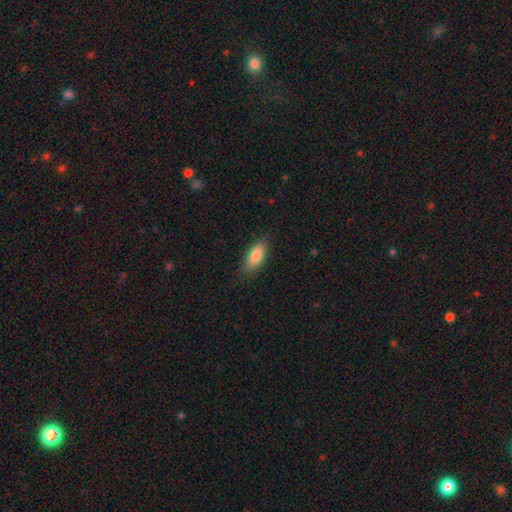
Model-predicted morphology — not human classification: A smooth galaxy with no disk features (83%) that is in between round and cigar-shaped (80%).

Vote fractions:
- Smooth or featured? smooth: 83% / featured or disk: 10% / star or artifact: 7%
- How rounded? in between: 80% / cigar-shaped: 17% / round: 2%
- Merging? none: 82% / minor disturbance: 14% / major disturbance: 3% / merger: 1%